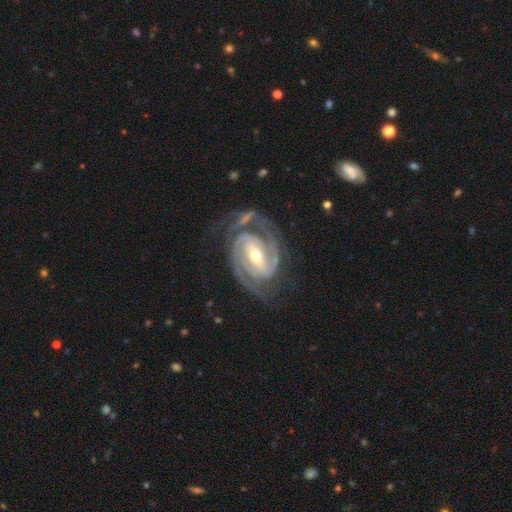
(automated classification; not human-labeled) Q: Smooth or featured?
A: featured or disk (94%); runner-up: star or artifact (4%)
Q: Edge-on disk?
A: no (98%); runner-up: yes (2%)
Q: Bar?
A: strong (51%); runner-up: weak (34%)
Q: Spiral arms?
A: yes (99%); runner-up: no (1%)
Q: Spiral winding?
A: tight (63%); runner-up: medium (33%)
Q: Spiral arm count?
A: 2 (82%); runner-up: 3 (9%)
Q: Bulge size?
A: moderate (54%); runner-up: small (41%)
Q: Merging?
A: none (72%); runner-up: minor disturbance (16%)